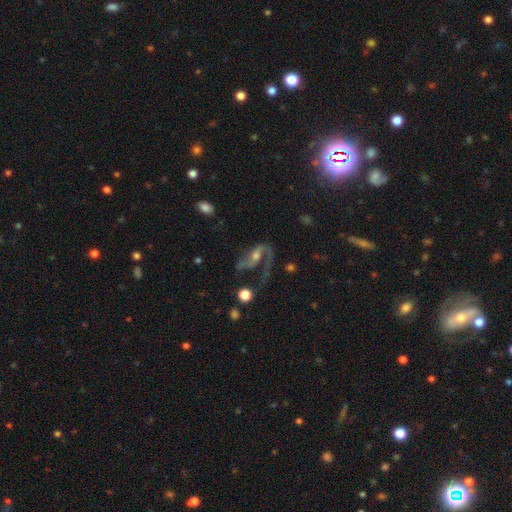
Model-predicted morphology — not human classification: Smooth or featured? Predicted: featured or disk (p=0.80). Edge-on disk? Predicted: no (p=0.95). Bar? Predicted: no (p=0.45). Spiral arms? Predicted: yes (p=0.91). Spiral winding? Predicted: loose (p=0.54). Spiral arm count? Predicted: 2 (p=0.56). Bulge size? Predicted: moderate (p=0.50). Merging? Predicted: none (p=0.42).